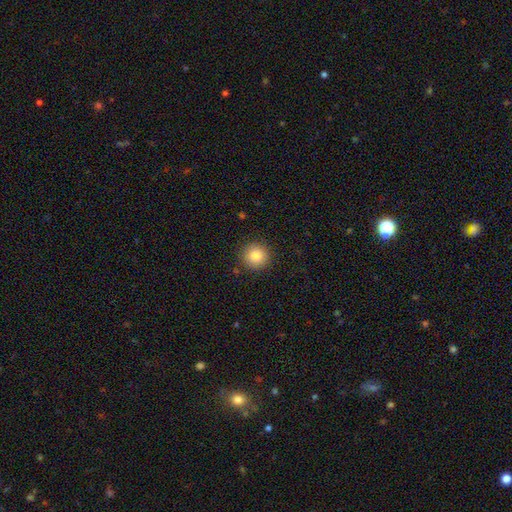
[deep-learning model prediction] A smooth galaxy with no disk features (85%) that is round (94%).

Vote fractions:
- Smooth or featured? smooth: 85% / star or artifact: 10% / featured or disk: 5%
- How rounded? round: 94% / in between: 5% / cigar-shaped: 1%
- Merging? none: 90% / minor disturbance: 7% / major disturbance: 2% / merger: 1%